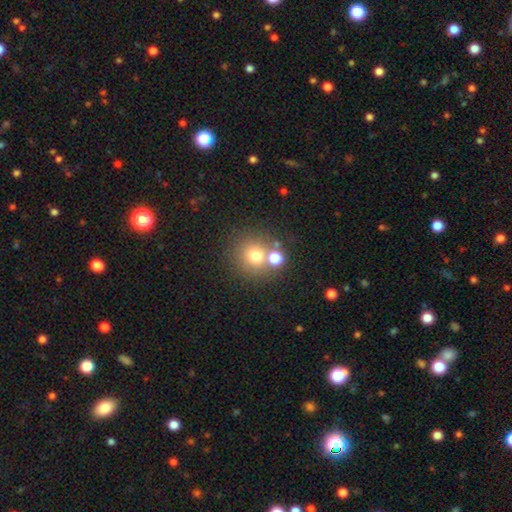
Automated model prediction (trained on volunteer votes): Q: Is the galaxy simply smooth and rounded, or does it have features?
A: smooth — 71%.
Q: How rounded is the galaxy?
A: round — 90%.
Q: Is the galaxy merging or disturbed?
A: none — 62%.